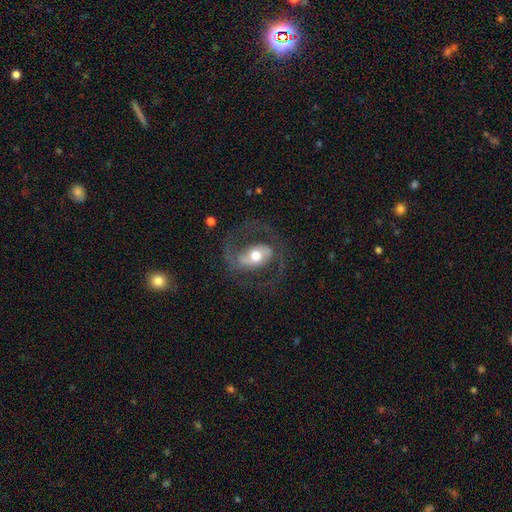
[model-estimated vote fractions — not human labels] Overall: featured or disk (80%). Edge-on disk: no (96%). Bar: weak (36%; no 33%). Spiral arms: yes (86%). Spiral arm count: 2 (87%). Spiral winding: medium (56%; loose 24%). Bulge size: moderate (67%). Merging: none (70%).